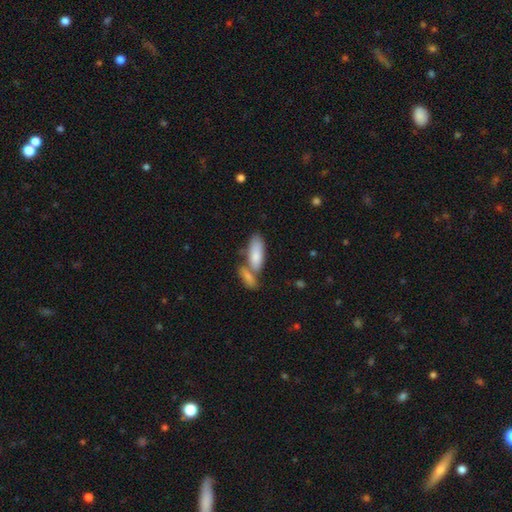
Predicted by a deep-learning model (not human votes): Overall: smooth (81%). How rounded: in between (73%). Merging: none (42%; merger 41%).